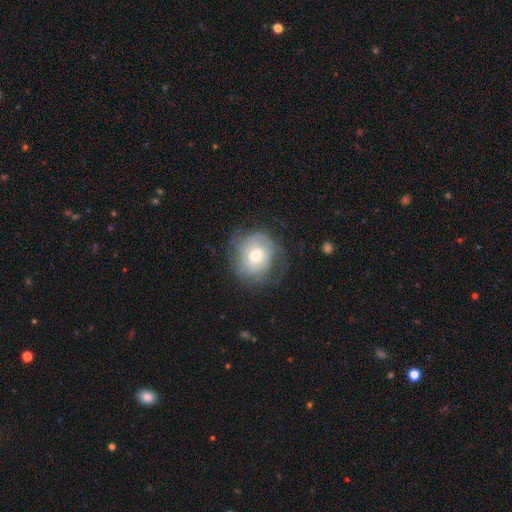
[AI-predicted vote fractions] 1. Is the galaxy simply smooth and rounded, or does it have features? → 64% featured or disk, 29% smooth, 8% star or artifact.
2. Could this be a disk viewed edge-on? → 97% no, 3% yes.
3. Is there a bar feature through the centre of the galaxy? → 68% no, 27% weak, 5% strong.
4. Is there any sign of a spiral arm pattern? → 82% yes, 18% no.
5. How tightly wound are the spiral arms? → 57% tight, 30% medium, 13% loose.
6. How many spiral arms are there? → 45% can't tell, 27% 2, 12% 3, 6% 1, 6% 4, 4% more than 4.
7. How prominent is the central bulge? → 71% moderate, 14% small, 13% large, 1% dominant, 1% none.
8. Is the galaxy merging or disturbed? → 62% none, 22% minor disturbance, 15% major disturbance, 1% merger.